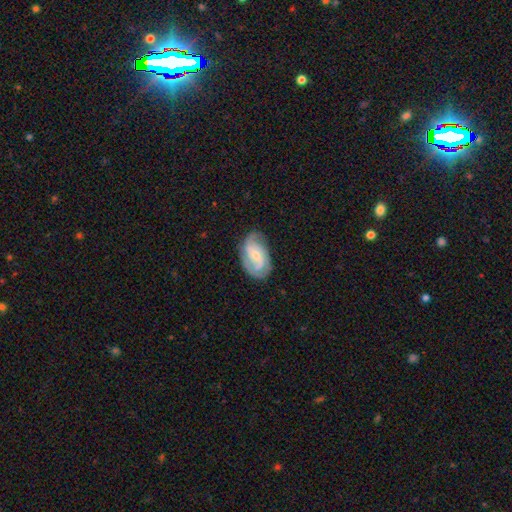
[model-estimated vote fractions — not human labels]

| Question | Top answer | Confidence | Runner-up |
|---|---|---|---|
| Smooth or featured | featured or disk | 76% | smooth (19%) |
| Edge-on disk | no | 97% | yes (3%) |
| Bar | no | 46% | weak (42%) |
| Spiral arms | yes | 94% | no (6%) |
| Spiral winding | medium | 46% | tight (37%) |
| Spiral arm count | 2 | 62% | 3 (15%) |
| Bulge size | small | 59% | moderate (35%) |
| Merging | none | 73% | minor disturbance (20%) |